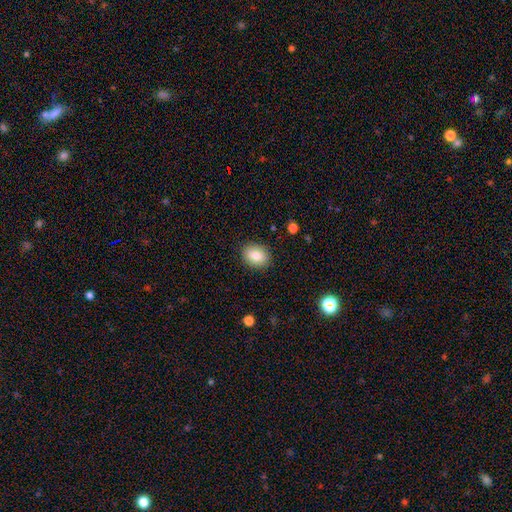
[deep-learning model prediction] smooth-or-featured: smooth: 84% | star or artifact: 8% | featured or disk: 8%
  how-rounded: in between: 63% | round: 36% | cigar-shaped: 1%
  merging: none: 88% | minor disturbance: 9% | major disturbance: 2% | merger: 1%